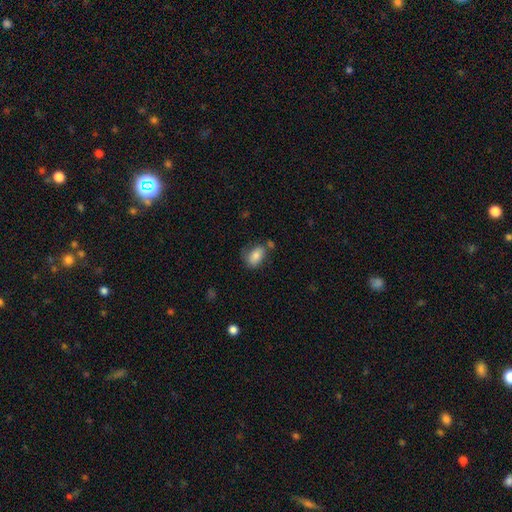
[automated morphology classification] Overall: smooth (80%). How rounded: in between (89%). Merging: none (54%; minor disturbance 25%).